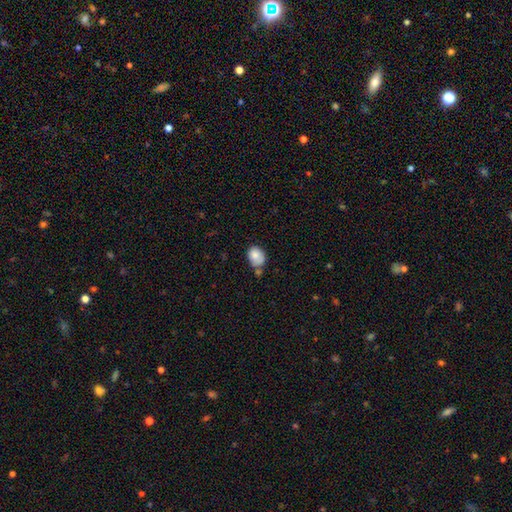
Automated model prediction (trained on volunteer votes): smooth-or-featured: smooth: 82% | featured or disk: 11% | star or artifact: 8%
  how-rounded: in between: 58% | round: 41% | cigar-shaped: 1%
  merging: none: 49% | minor disturbance: 27% | merger: 17% | major disturbance: 8%